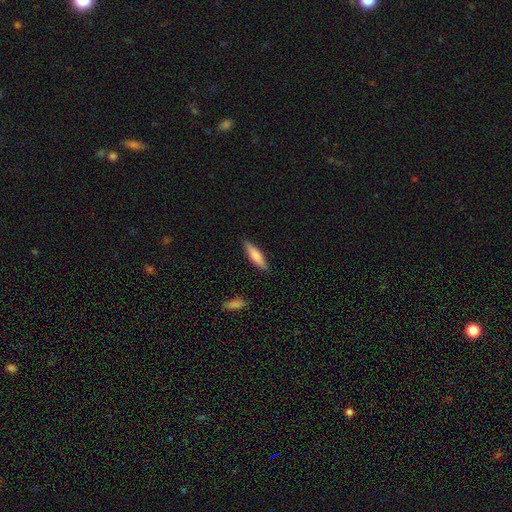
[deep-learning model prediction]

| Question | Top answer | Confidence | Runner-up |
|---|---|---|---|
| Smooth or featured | smooth | 76% | featured or disk (18%) |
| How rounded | cigar-shaped | 69% | in between (29%) |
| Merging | none | 87% | minor disturbance (10%) |